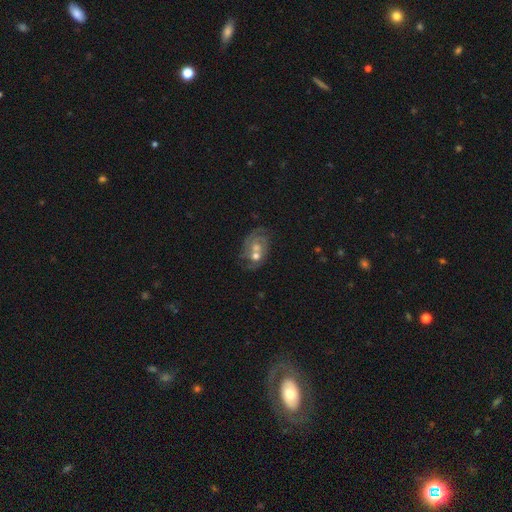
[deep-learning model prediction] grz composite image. It shows a featured or disk galaxy (70%) with no bar (76%), 2 (41%) tight (47%) spiral arms (80%) and a moderate central bulge (59%). Merging: merger (42%).